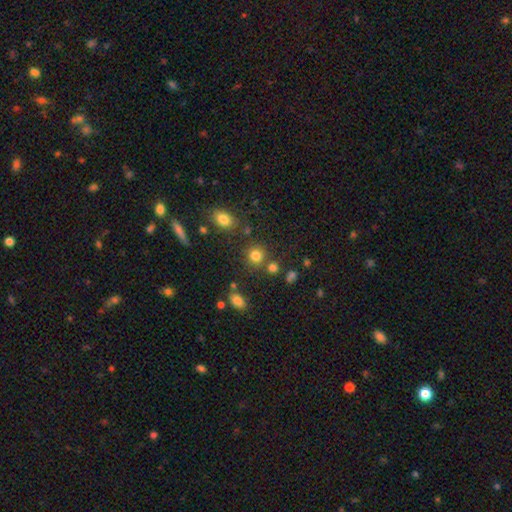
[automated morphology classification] Smooth or featured: smooth — 79% (star or artifact — 15%)
How rounded: round — 87% (in between — 12%)
Merging: none — 75% (merger — 11%)